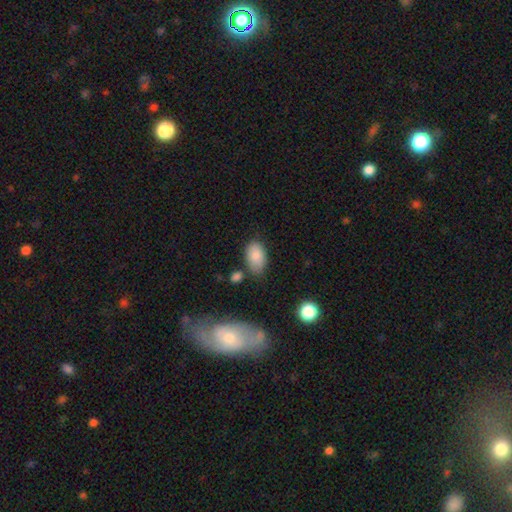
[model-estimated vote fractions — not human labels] smooth-or-featured: smooth: 85% | star or artifact: 8% | featured or disk: 7%
  how-rounded: in between: 92% | round: 7% | cigar-shaped: 1%
  merging: none: 66% | minor disturbance: 21% | merger: 7% | major disturbance: 5%